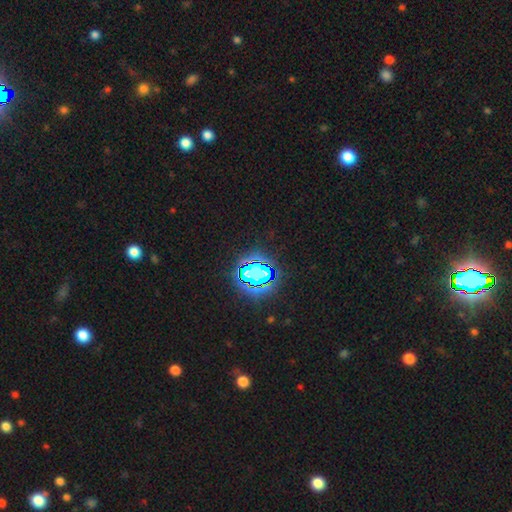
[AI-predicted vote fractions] This appears to be a star or artifact, not a galaxy (81%).